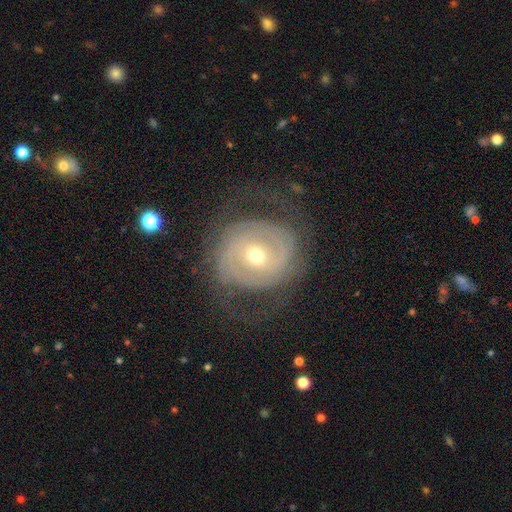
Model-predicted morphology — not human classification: smooth-or-featured: featured or disk: 79% | smooth: 15% | star or artifact: 6%
  disk-edge-on: no: 97% | yes: 3%
    bar: no: 58% | weak: 31% | strong: 11%
    has-spiral-arms: yes: 83% | no: 17%
      spiral-winding: tight: 64% | medium: 24% | loose: 12%
      spiral-arm-count: 2: 45% | can't tell: 31% | 3: 9% | 1: 7% | 4: 4% | more than 4: 4%
    bulge-size: moderate: 51% | small: 44% | large: 3% | dominant: 1% | none: 1%
  merging: none: 64% | major disturbance: 17% | minor disturbance: 17% | merger: 1%